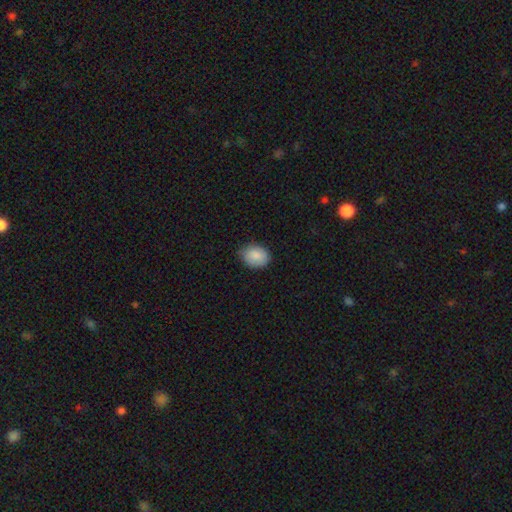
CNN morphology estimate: Smooth or featured? smooth (88%)
How rounded? in between (63%)
Merging? none (77%)